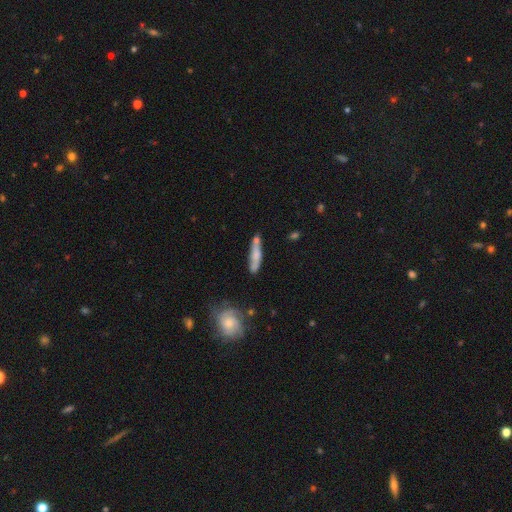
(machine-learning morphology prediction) Smooth or featured? Predicted: smooth (p=0.56). How rounded? Predicted: cigar-shaped (p=0.79). Merging? Predicted: none (p=0.57).